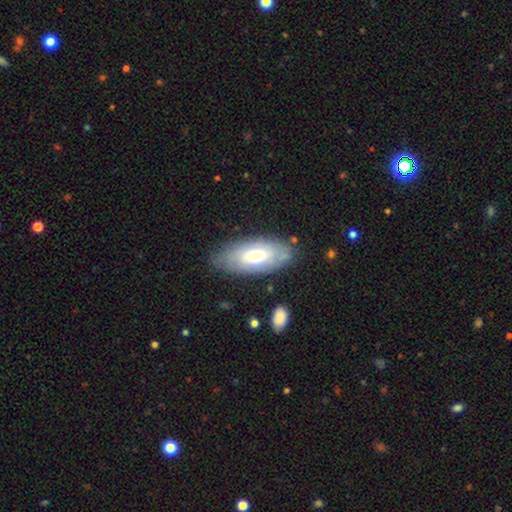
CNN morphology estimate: The model was most divided on "smooth or featured": smooth: 60%, featured or disk: 34%, star or artifact: 6%. More confident: how rounded — in between (88%); merging — none (76%).